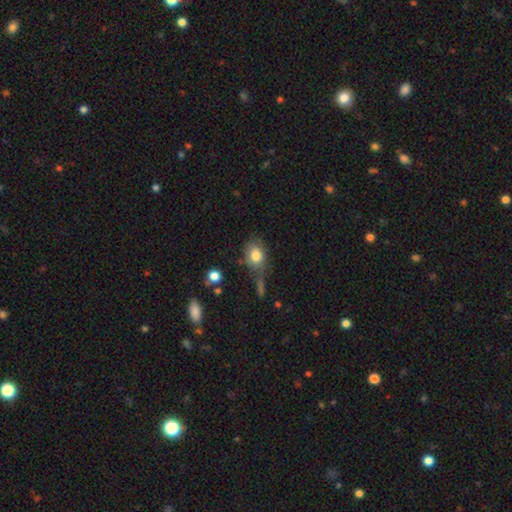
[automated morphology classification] type=smooth (80%); roundness=in between (69%); merging=none (53%).